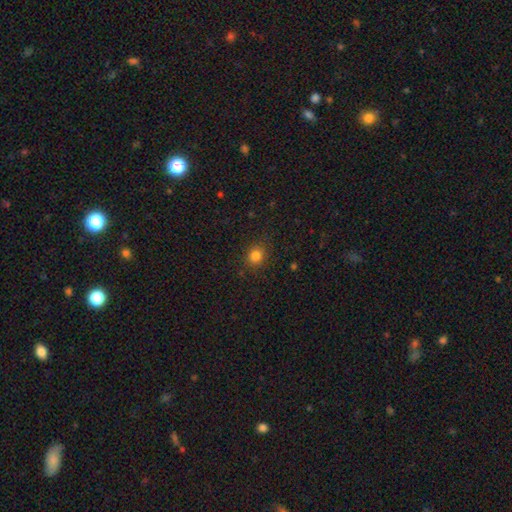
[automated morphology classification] Smooth or featured: smooth — 82% (star or artifact — 13%)
How rounded: round — 78% (in between — 21%)
Merging: none — 88% (minor disturbance — 8%)